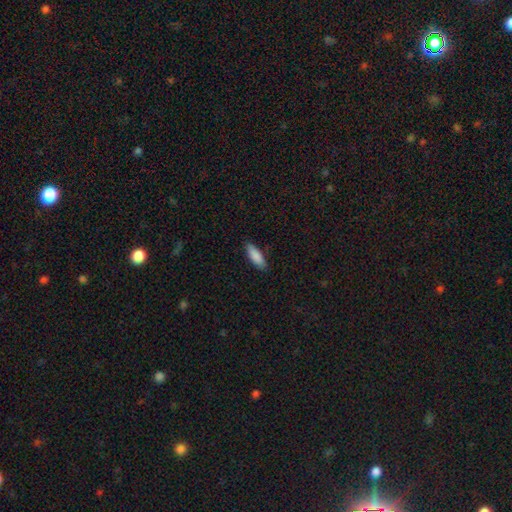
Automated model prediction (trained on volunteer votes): This appears to be a smooth galaxy with no disk features (87%) that is in between round and cigar-shaped (55%). Merging: none (86%).